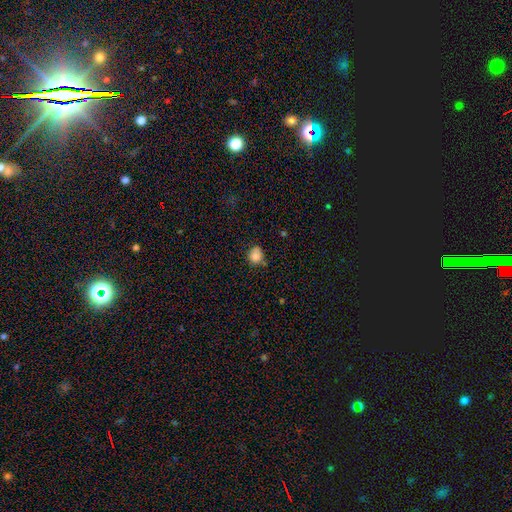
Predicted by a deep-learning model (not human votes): smooth_or_featured: smooth (p=0.83) [alt: star or artifact p=0.10]
how_rounded: round (p=0.74) [alt: in between p=0.25]
merging: none (p=0.58) [alt: minor disturbance p=0.29]